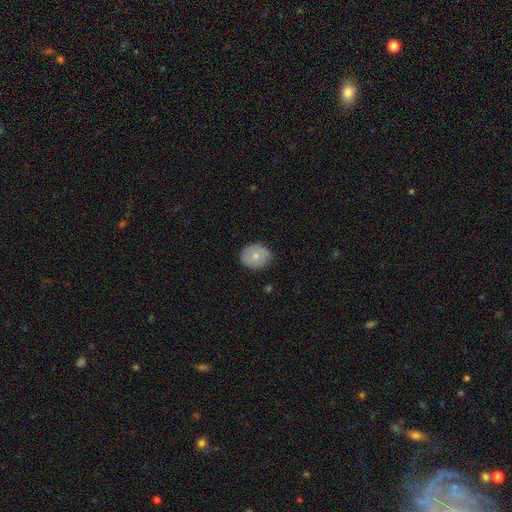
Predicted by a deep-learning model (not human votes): smooth-or-featured: smooth: 68% | featured or disk: 24% | star or artifact: 8%
  how-rounded: round: 58% | in between: 41% | cigar-shaped: 1%
  merging: none: 81% | minor disturbance: 15% | major disturbance: 3% | merger: 1%